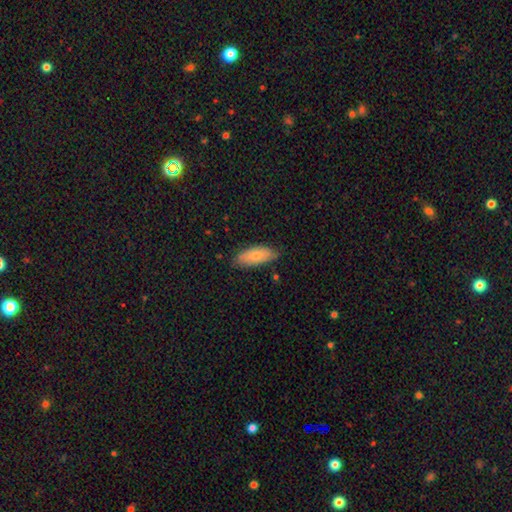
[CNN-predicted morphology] Smooth or featured? smooth (79%)
How rounded? in between (81%)
Merging? none (76%)